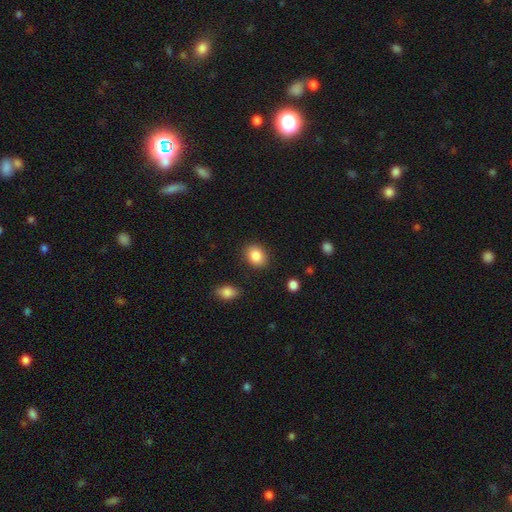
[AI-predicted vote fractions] smooth-or-featured: smooth: 86% | star or artifact: 8% | featured or disk: 6%
  how-rounded: in between: 57% | round: 42% | cigar-shaped: 1%
  merging: none: 86% | minor disturbance: 9% | major disturbance: 3% | merger: 2%